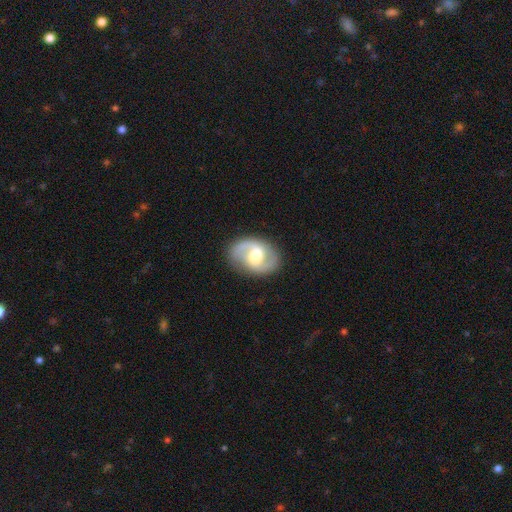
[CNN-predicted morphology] type=featured or disk (80%); edge-on=no (97%); bar=weak (52%); spiral arms=yes (91%); winding=medium (54%); arm count=2 (92%); bulge=moderate (59%); merging=none (85%).